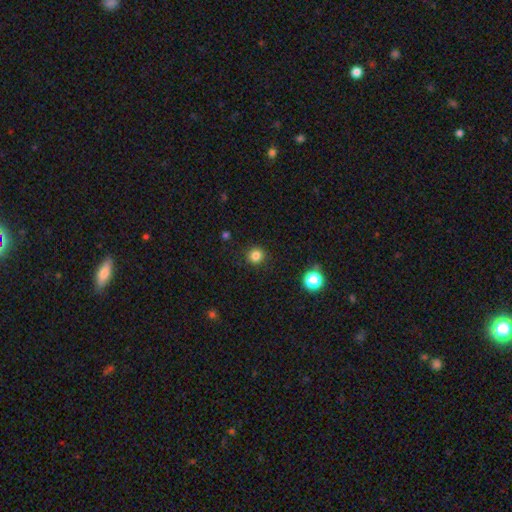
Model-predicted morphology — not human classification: Smooth or featured?
  - smooth: 83% *
  - star or artifact: 13%
  - featured or disk: 4%
How rounded?
  - round: 91% *
  - in between: 8%
  - cigar-shaped: 1%
Merging?
  - none: 90% *
  - minor disturbance: 6%
  - major disturbance: 2%
  - merger: 1%